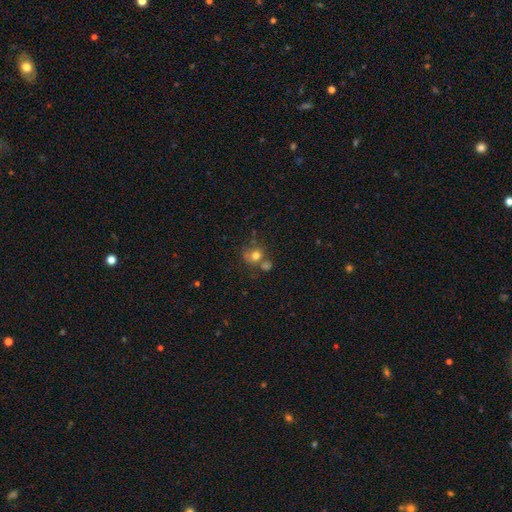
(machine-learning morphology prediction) This appears to be a smooth galaxy with no disk features (71%) that is round (74%). Merging: none (43%).